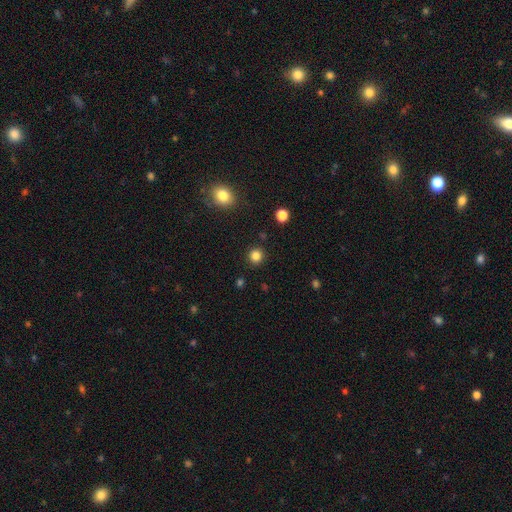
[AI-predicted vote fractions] Morphology: type=smooth (83%); roundness=round (91%); merging=none (90%).